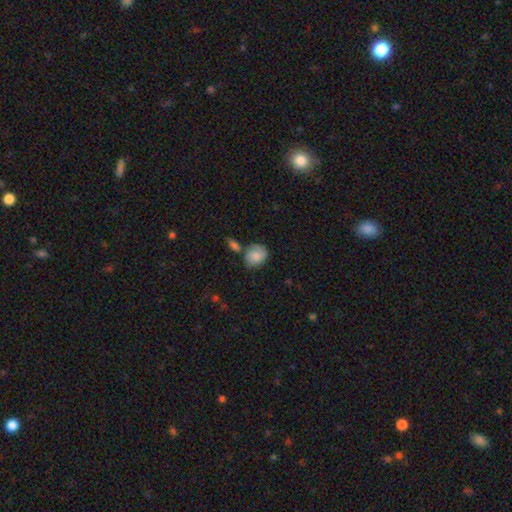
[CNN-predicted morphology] smooth_or_featured: smooth (p=0.77) [alt: featured or disk p=0.16]
how_rounded: round (p=0.59) [alt: in between p=0.40]
merging: none (p=0.52) [alt: minor disturbance p=0.22]